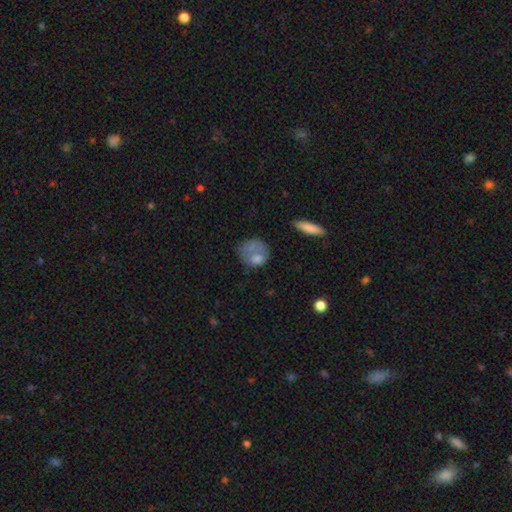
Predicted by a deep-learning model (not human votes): smooth-or-featured: smooth: 67% | featured or disk: 24% | star or artifact: 9%
  how-rounded: round: 68% | in between: 31% | cigar-shaped: 2%
  merging: none: 41% | major disturbance: 25% | minor disturbance: 24% | merger: 10%